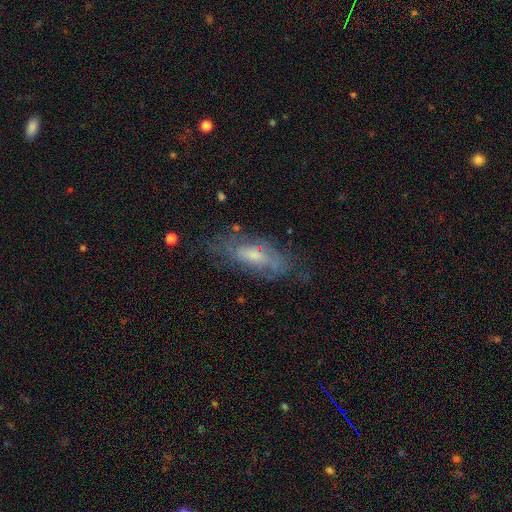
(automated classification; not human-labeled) Overall: featured or disk (49%; smooth 36%). Merging: none (73%).